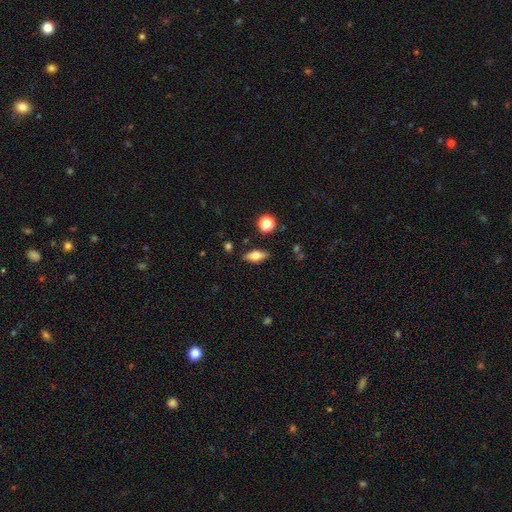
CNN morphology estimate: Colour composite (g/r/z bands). It shows a smooth galaxy with no disk features (63%) that is in between round and cigar-shaped (77%). Merging: none (85%).